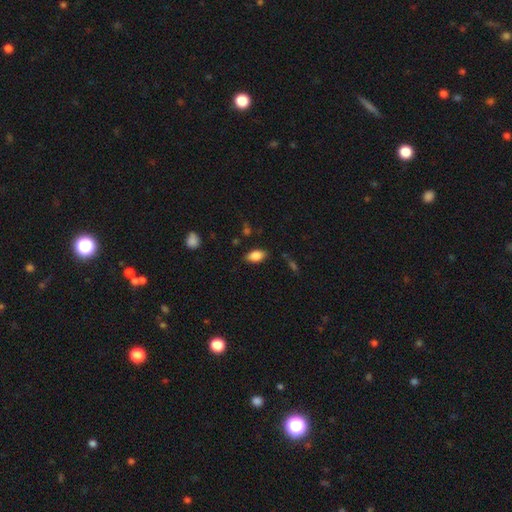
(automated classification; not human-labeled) Smooth or featured? smooth (85%)
How rounded? in between (91%)
Merging? none (83%)